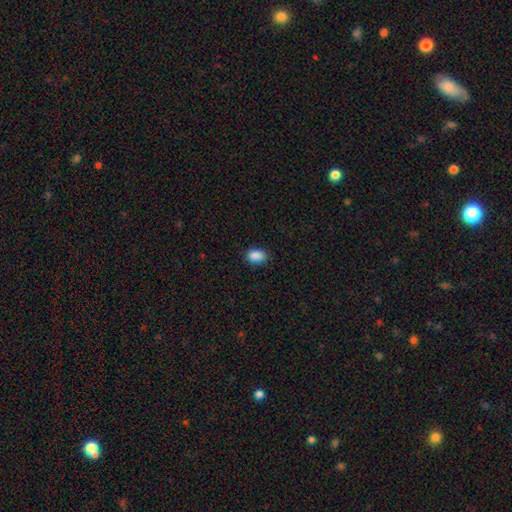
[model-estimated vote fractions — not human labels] This is clearly a smooth galaxy (88%). How rounded: clearly in between (83%). Merging: clearly none (83%).